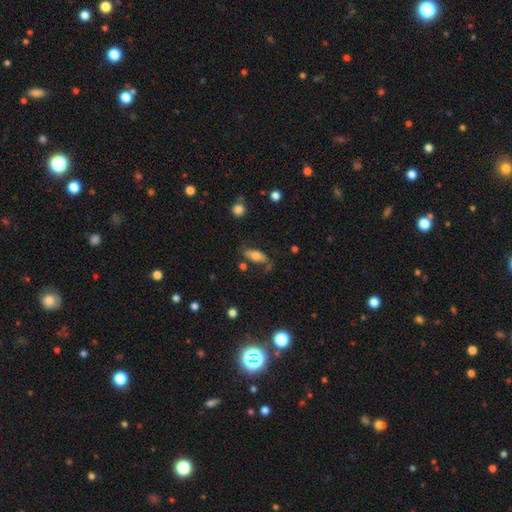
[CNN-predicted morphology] Smooth or featured?
  - smooth: 65% *
  - featured or disk: 27%
  - star or artifact: 8%
How rounded?
  - in between: 79% *
  - cigar-shaped: 17%
  - round: 4%
Merging?
  - none: 67% *
  - minor disturbance: 20%
  - major disturbance: 7%
  - merger: 6%